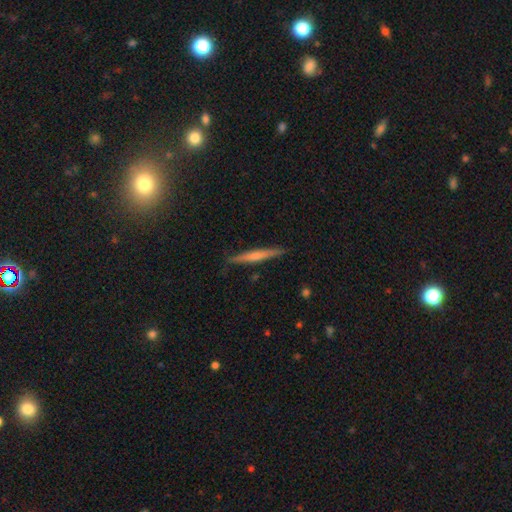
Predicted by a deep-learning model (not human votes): This appears to be a featured or disk galaxy (49%). Merging: none (89%).